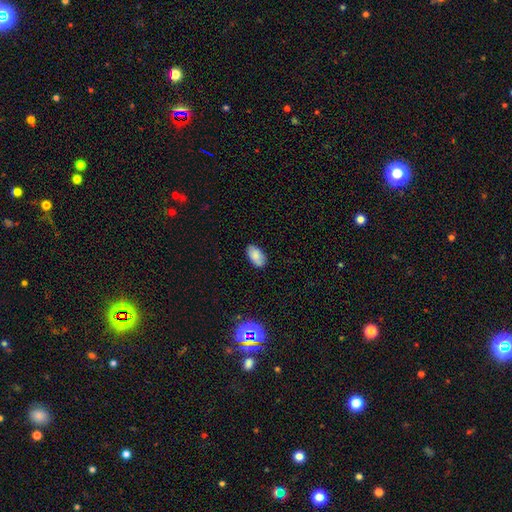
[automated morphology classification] type=smooth (82%); roundness=in between (94%); merging=none (84%).